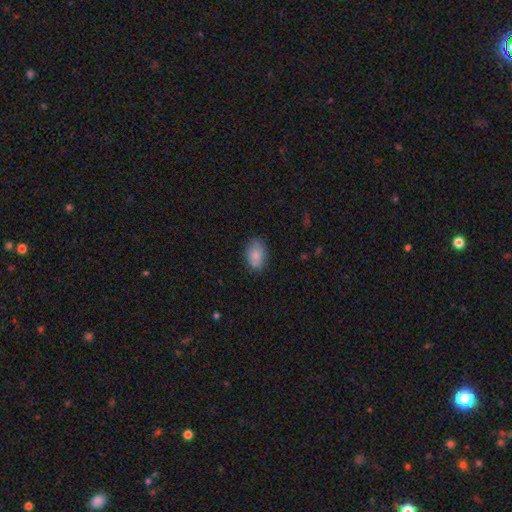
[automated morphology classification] Smooth or featured: smooth — 81% (featured or disk — 11%)
How rounded: in between — 86% (round — 13%)
Merging: none — 73% (minor disturbance — 19%)